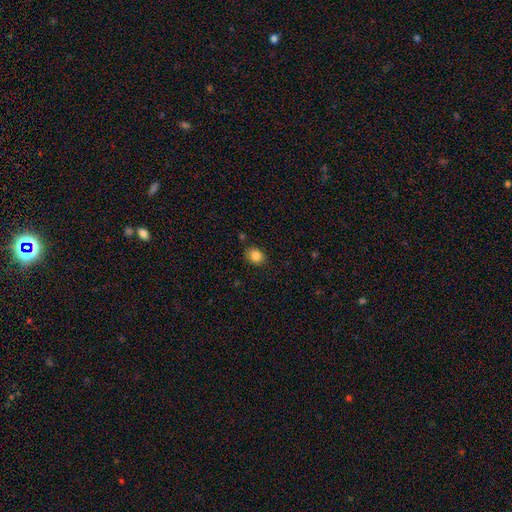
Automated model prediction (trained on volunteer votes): Smooth or featured? Predicted: smooth (p=0.85). How rounded? Predicted: round (p=0.53). Merging? Predicted: none (p=0.82).